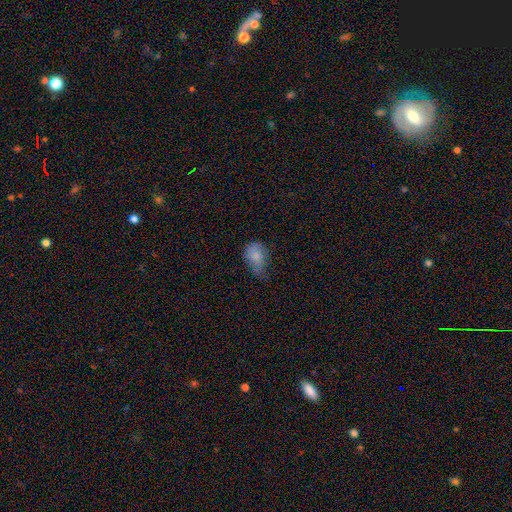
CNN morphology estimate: A smooth galaxy with no disk features (79%) that is in between round and cigar-shaped (75%). Merging: minor disturbance (46%).